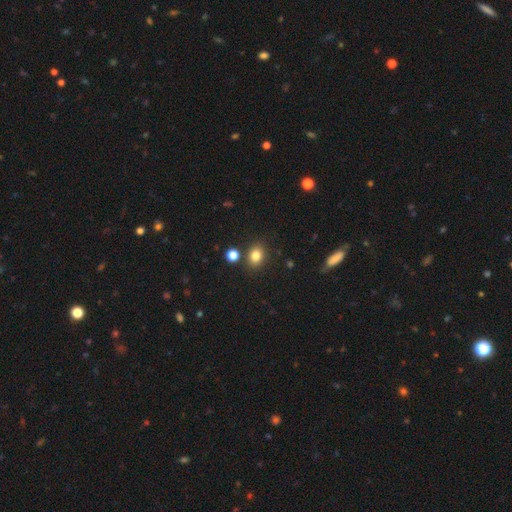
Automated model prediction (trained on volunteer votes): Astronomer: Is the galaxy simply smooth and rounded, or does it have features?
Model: smooth — 82%.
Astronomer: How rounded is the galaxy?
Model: in between — 51% (runner-up: round, 48%).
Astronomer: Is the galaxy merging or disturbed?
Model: none — 80%.